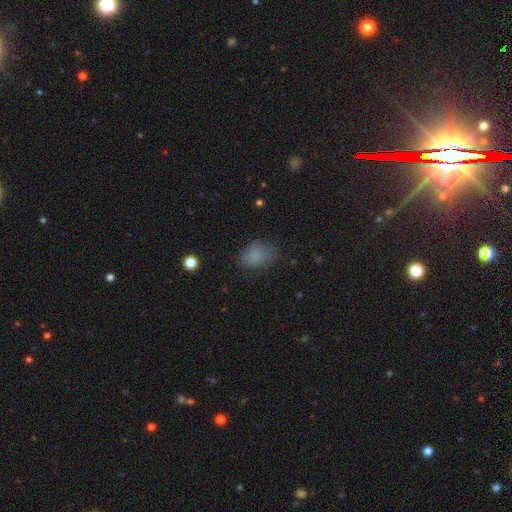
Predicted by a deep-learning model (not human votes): A smooth galaxy with no disk features (78%) that is in between round and cigar-shaped (78%). Merging: none (59%).